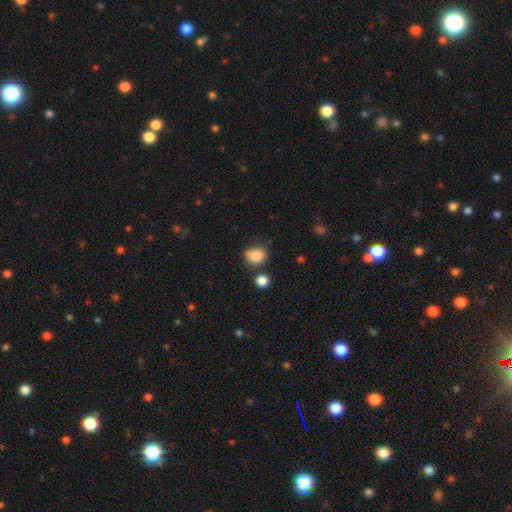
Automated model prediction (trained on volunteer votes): Smooth or featured?
  - smooth: 84% *
  - star or artifact: 10%
  - featured or disk: 6%
How rounded?
  - round: 69% *
  - in between: 30%
  - cigar-shaped: 1%
Merging?
  - none: 64% *
  - minor disturbance: 22%
  - merger: 10%
  - major disturbance: 5%